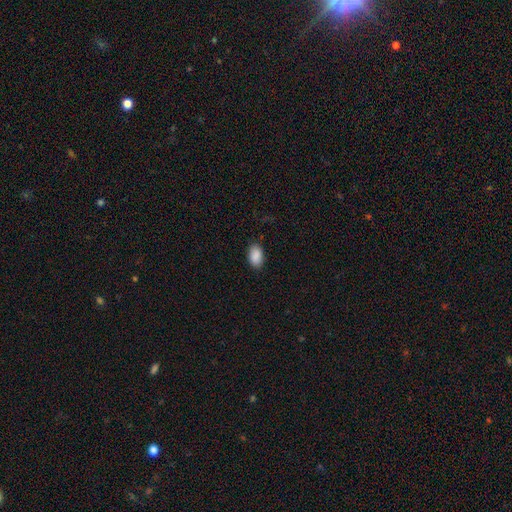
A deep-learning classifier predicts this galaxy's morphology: The model was most divided on "merging": none: 86%, minor disturbance: 10%, major disturbance: 2%, merger: 1%. More confident: how rounded — in between (93%); smooth or featured — smooth (90%).